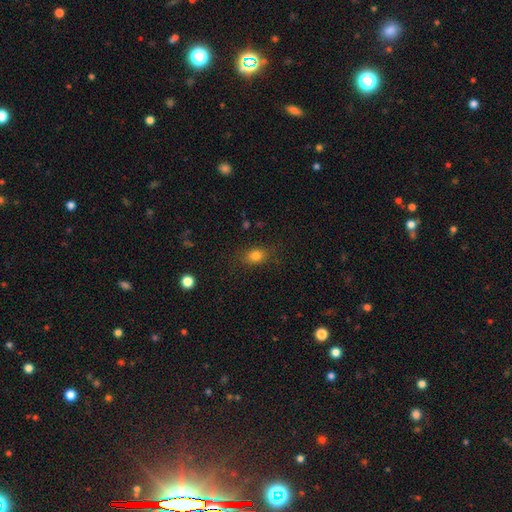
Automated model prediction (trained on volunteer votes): Smooth or featured? Predicted: smooth (p=0.80). How rounded? Predicted: in between (p=0.67). Merging? Predicted: none (p=0.80).